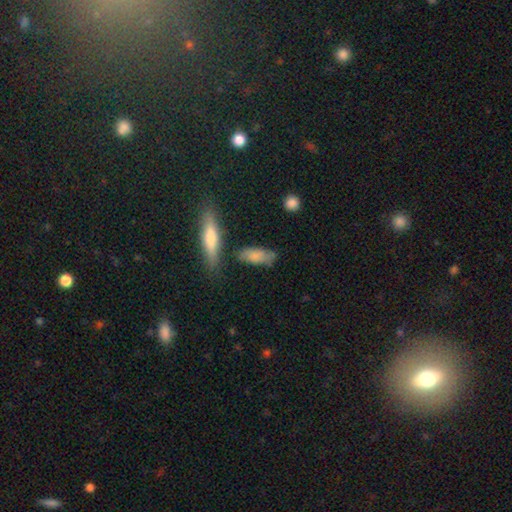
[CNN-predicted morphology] Smooth or featured? Predicted: smooth (p=0.74). How rounded? Predicted: in between (p=0.69). Merging? Predicted: none (p=0.61).